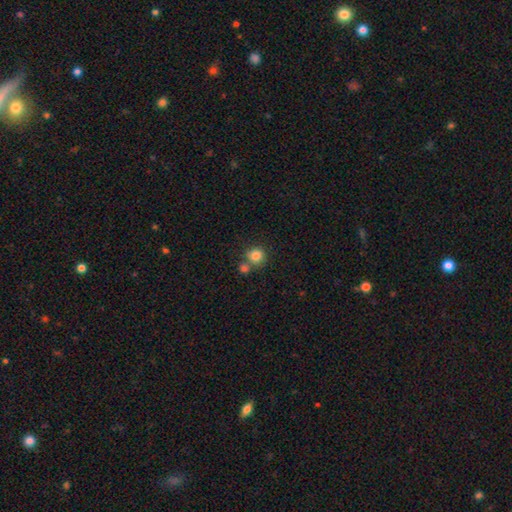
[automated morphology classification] Smooth or featured? Predicted: smooth (p=0.83). How rounded? Predicted: round (p=0.91). Merging? Predicted: none (p=0.60).